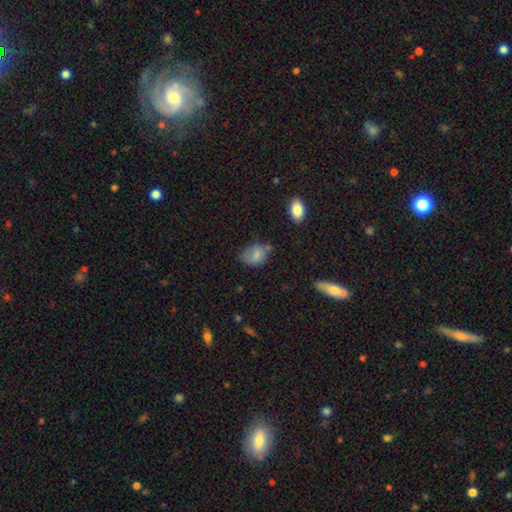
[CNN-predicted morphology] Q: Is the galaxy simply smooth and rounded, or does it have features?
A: smooth — 76%.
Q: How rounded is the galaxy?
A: in between — 80%.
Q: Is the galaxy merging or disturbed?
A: none — 54%.